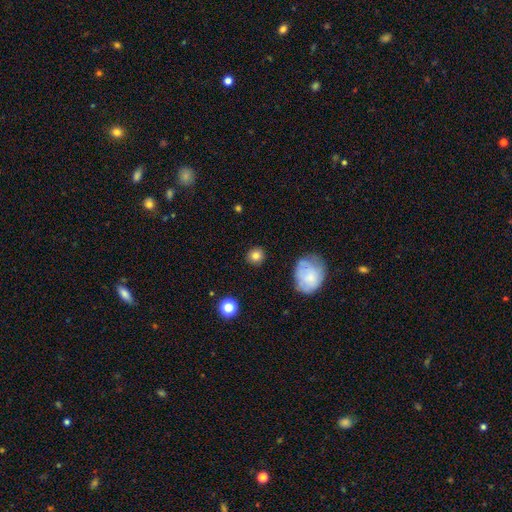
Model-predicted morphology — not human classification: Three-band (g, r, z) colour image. It shows a smooth galaxy with no disk features (81%) that is round (89%). Merging: none (87%).